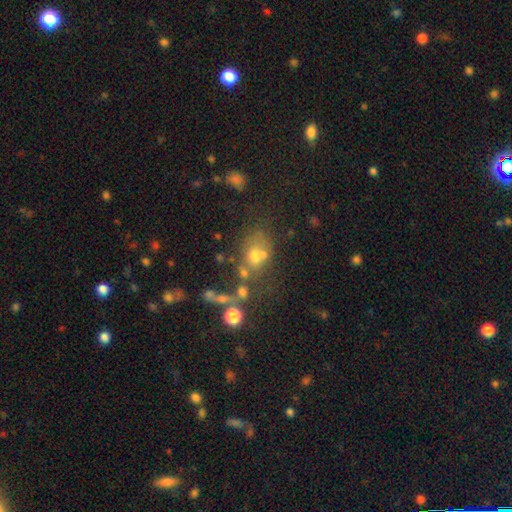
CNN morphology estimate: This appears to be a smooth galaxy with no disk features (55%) that is in between round and cigar-shaped (54%). Merging: none (36%).